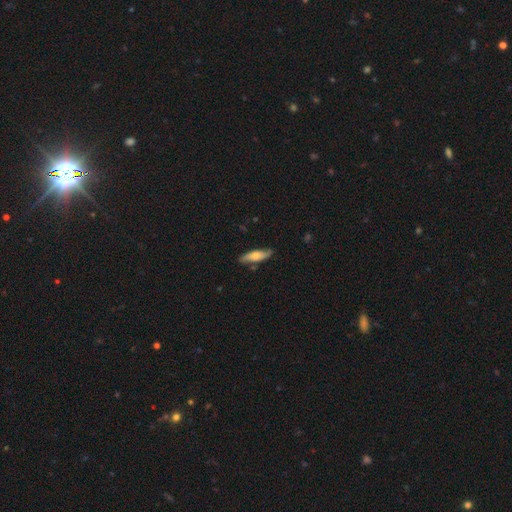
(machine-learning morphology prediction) A smooth galaxy with no disk features (56%) that is cigar-shaped (59%). Merging: none (79%).